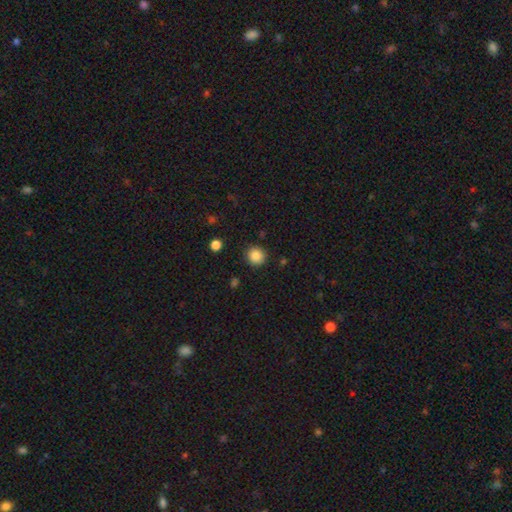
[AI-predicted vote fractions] A smooth galaxy with no disk features (86%) that is round (90%). Merging: none (89%).